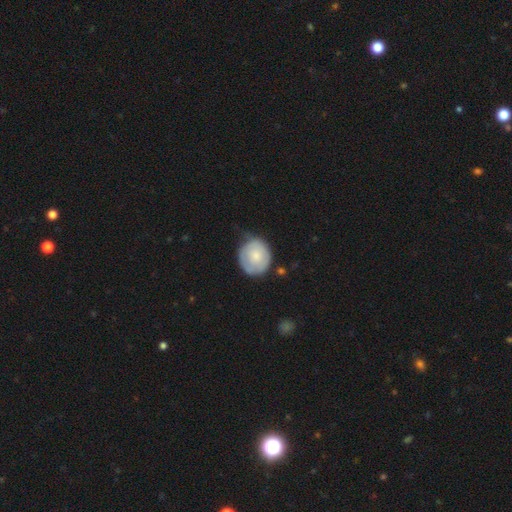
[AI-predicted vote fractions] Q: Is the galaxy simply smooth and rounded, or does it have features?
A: smooth — 65%.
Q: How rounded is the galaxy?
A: round — 80%.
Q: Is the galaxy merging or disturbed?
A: none — 58%.